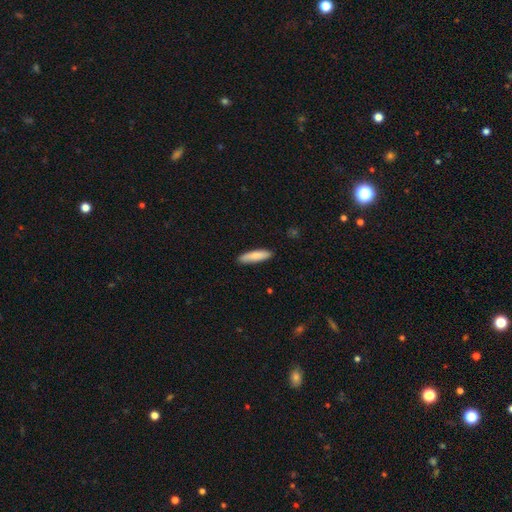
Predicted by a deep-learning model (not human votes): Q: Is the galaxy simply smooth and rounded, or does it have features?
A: smooth — 82%.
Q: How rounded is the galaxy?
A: cigar-shaped — 72%.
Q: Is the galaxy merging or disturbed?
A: none — 88%.